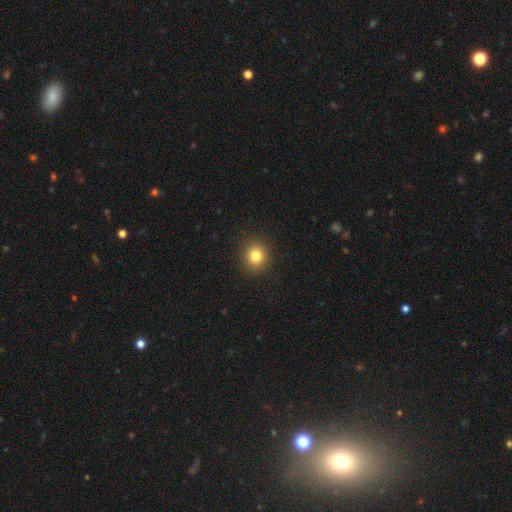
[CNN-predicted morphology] A smooth galaxy with no disk features (82%) that is round (81%).

Vote fractions:
- Smooth or featured? smooth: 82% / star or artifact: 12% / featured or disk: 6%
- How rounded? round: 81% / in between: 18% / cigar-shaped: 1%
- Merging? none: 90% / minor disturbance: 6% / major disturbance: 2% / merger: 1%